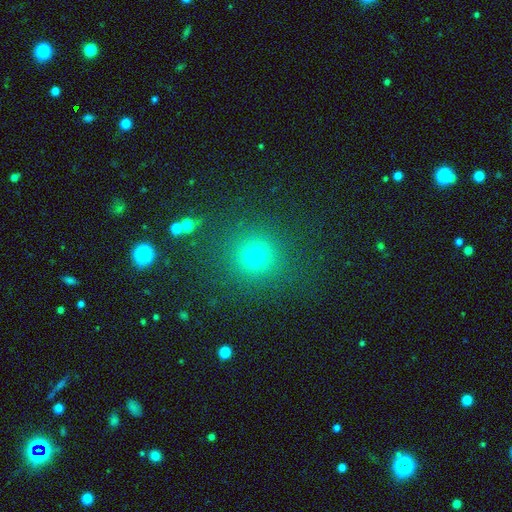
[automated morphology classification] Smooth or featured? smooth (68%)
How rounded? round (88%)
Merging? none (81%)